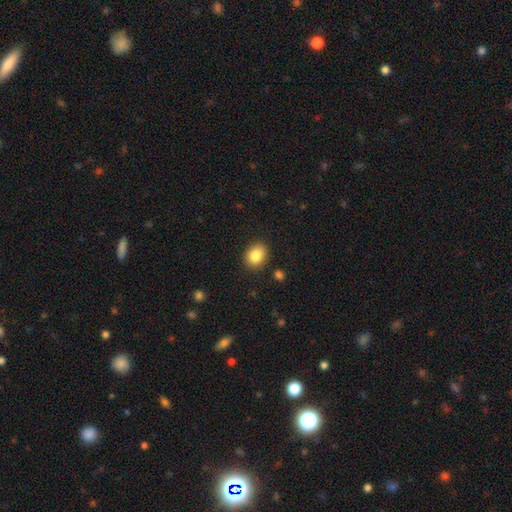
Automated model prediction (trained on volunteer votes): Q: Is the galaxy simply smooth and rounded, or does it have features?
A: smooth — 84%.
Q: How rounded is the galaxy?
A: round — 57%.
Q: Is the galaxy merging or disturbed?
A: none — 88%.